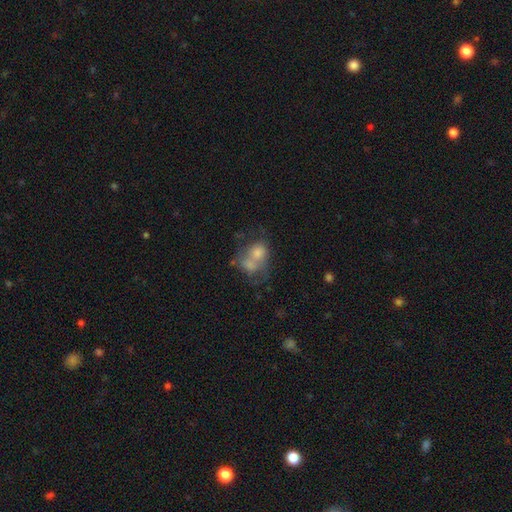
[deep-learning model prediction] Morphology: type=smooth (61%); roundness=round (51%); merging=merger (61%).